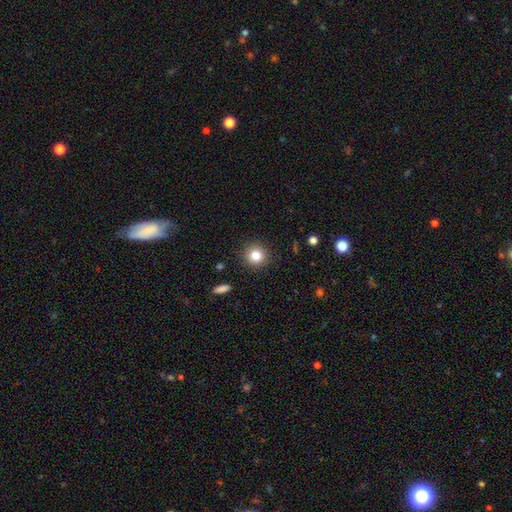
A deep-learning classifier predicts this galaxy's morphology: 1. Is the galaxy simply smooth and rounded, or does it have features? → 82% smooth, 11% star or artifact, 7% featured or disk.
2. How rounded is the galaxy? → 92% round, 7% in between, 1% cigar-shaped.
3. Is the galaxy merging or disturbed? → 90% none, 6% minor disturbance, 2% major disturbance, 1% merger.